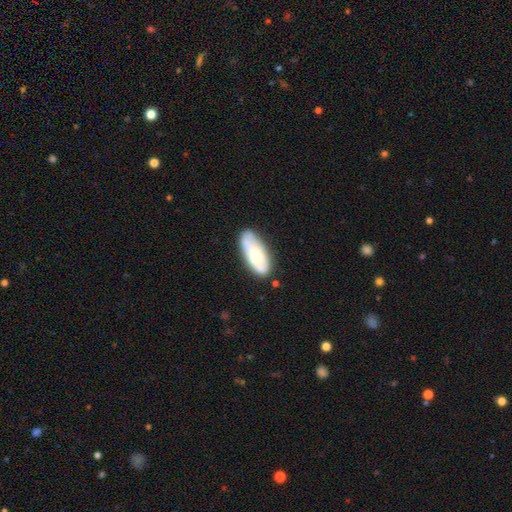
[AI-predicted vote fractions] Overall: smooth (51%; featured or disk 43%). How rounded: in between (82%). Merging: none (71%).